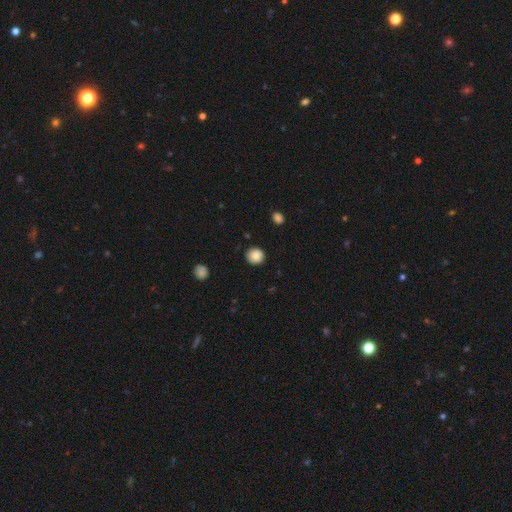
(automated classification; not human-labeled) A smooth galaxy with no disk features (85%) that is round (92%).

Vote fractions:
- Smooth or featured? smooth: 85% / star or artifact: 9% / featured or disk: 6%
- How rounded? round: 92% / in between: 7% / cigar-shaped: 1%
- Merging? none: 89% / minor disturbance: 8% / major disturbance: 2% / merger: 1%